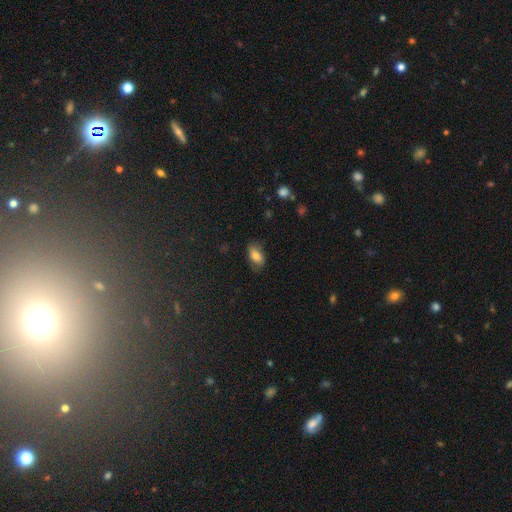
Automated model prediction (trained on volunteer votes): Smooth or featured? Predicted: smooth (p=0.77). How rounded? Predicted: in between (p=0.90). Merging? Predicted: none (p=0.76).